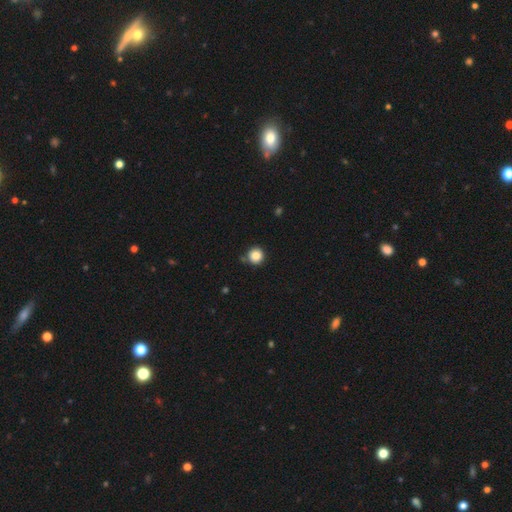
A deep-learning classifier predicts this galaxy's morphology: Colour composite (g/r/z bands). It shows a smooth galaxy with no disk features (86%) that is round (94%). Merging: none (83%).